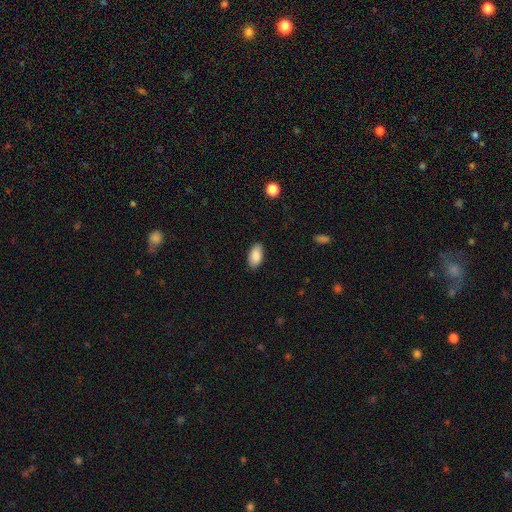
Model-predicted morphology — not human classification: A smooth galaxy with no disk features (87%) that is in between round and cigar-shaped (94%).

Vote fractions:
- Smooth or featured? smooth: 87% / star or artifact: 7% / featured or disk: 6%
- How rounded? in between: 94% / cigar-shaped: 3% / round: 3%
- Merging? none: 87% / minor disturbance: 10% / major disturbance: 2% / merger: 1%